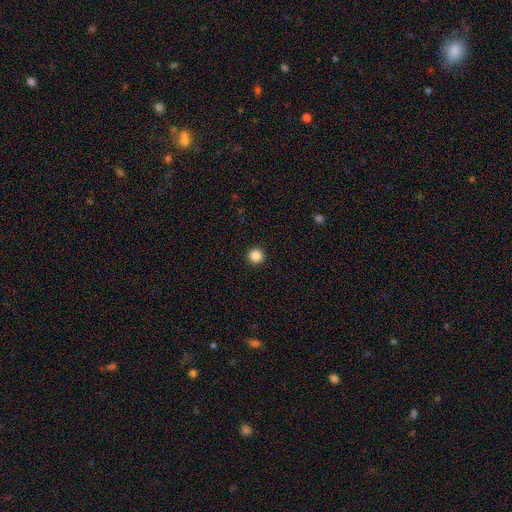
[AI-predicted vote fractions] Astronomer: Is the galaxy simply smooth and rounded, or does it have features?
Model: smooth — 87%.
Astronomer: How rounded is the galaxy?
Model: round — 96%.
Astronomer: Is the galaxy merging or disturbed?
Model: none — 94%.